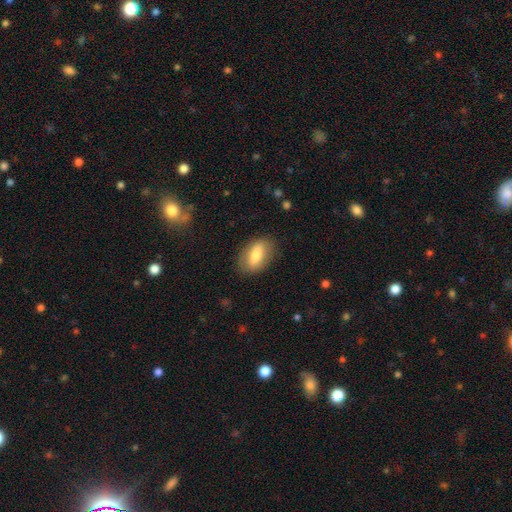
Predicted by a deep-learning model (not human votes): Smooth or featured: smooth — 70% (featured or disk — 23%)
How rounded: in between — 89% (round — 7%)
Merging: none — 81% (minor disturbance — 13%)